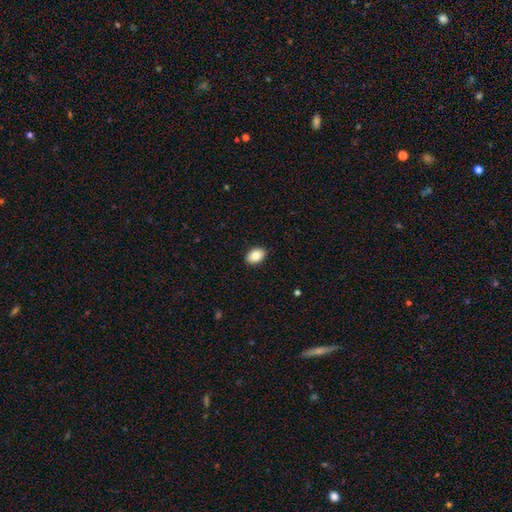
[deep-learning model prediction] The model was most divided on "how rounded": in between: 86%, round: 13%, cigar-shaped: 1%. More confident: merging — none (90%); smooth or featured — smooth (84%).